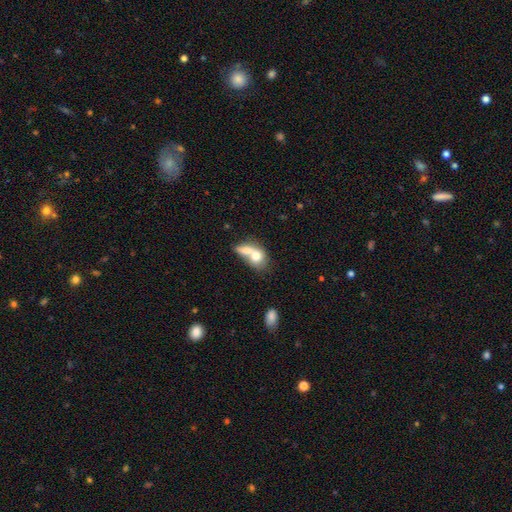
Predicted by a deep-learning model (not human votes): Smooth or featured: smooth — 69% (featured or disk — 24%)
How rounded: in between — 58% (round — 39%)
Merging: merger — 75% (none — 14%)